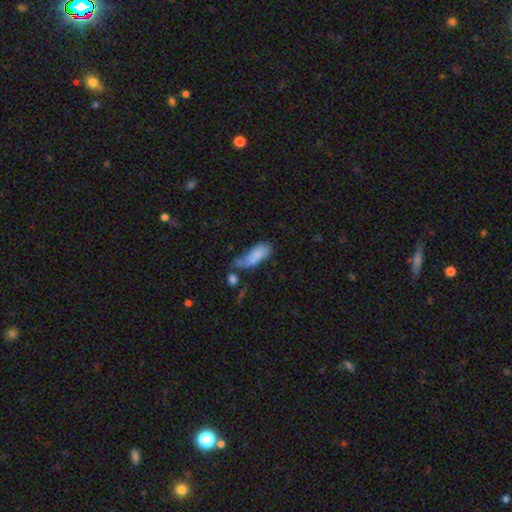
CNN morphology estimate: smooth-or-featured: smooth: 77% | featured or disk: 15% | star or artifact: 8%
  how-rounded: in between: 77% | cigar-shaped: 21% | round: 3%
  merging: minor disturbance: 29% | none: 26% | major disturbance: 25% | merger: 19%